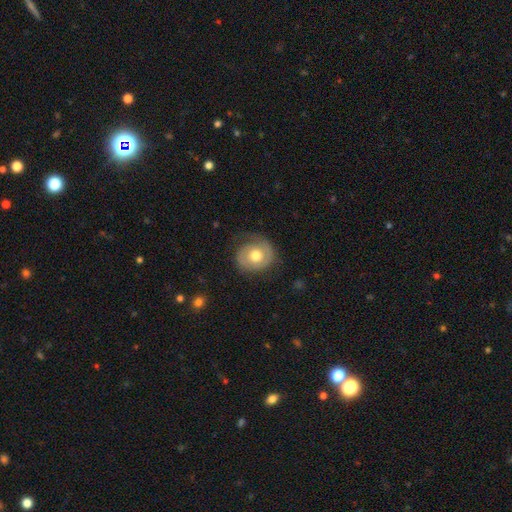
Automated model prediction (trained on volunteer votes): This is possibly a smooth galaxy (47%). Merging: likely none (67%).